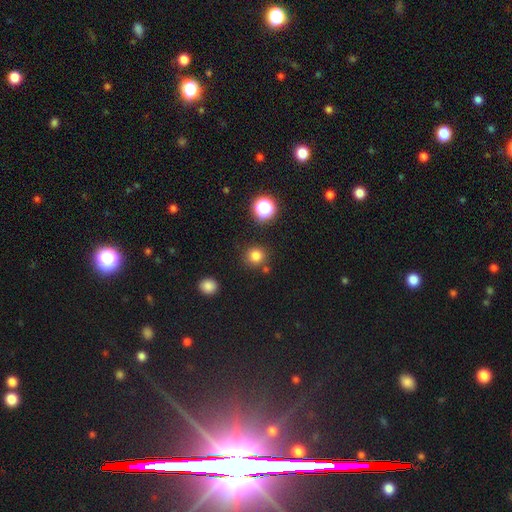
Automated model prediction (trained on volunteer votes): Morphology: type=smooth (79%); roundness=round (92%); merging=none (84%).